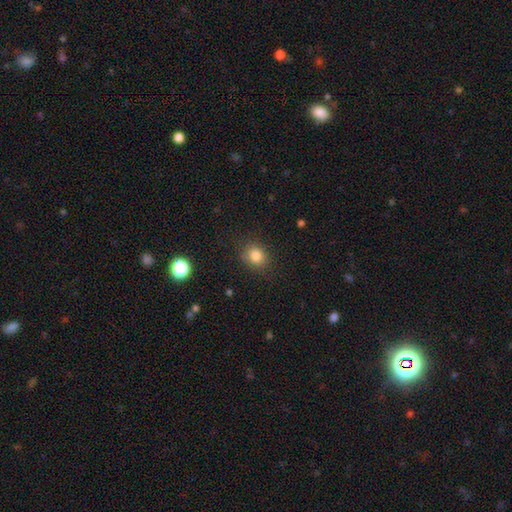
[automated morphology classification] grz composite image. It shows a smooth galaxy with no disk features (82%) that is round (68%). Merging: none (83%).